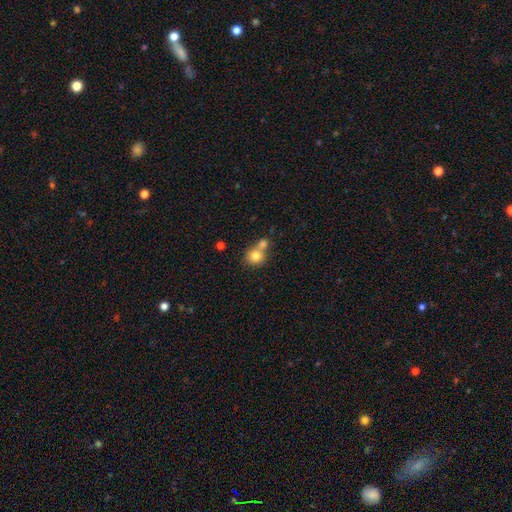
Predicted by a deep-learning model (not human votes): A smooth galaxy with no disk features (80%) that is round (85%).

Vote fractions:
- Smooth or featured? smooth: 80% / featured or disk: 10% / star or artifact: 10%
- How rounded? round: 85% / in between: 14% / cigar-shaped: 1%
- Merging? merger: 48% / none: 42% / minor disturbance: 7% / major disturbance: 3%